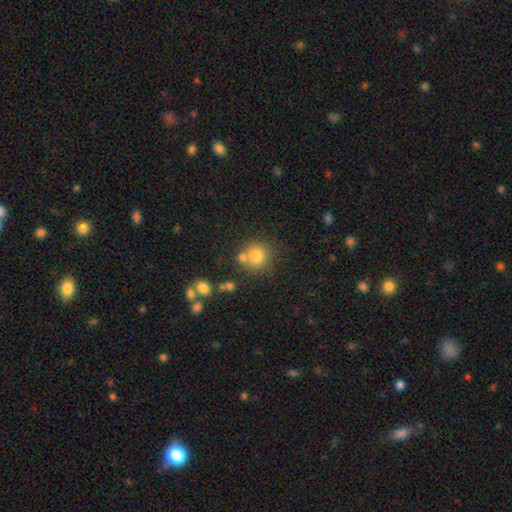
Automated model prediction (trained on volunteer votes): This is likely a smooth galaxy (77%). How rounded: clearly round (88%). Merging: likely none (61%).